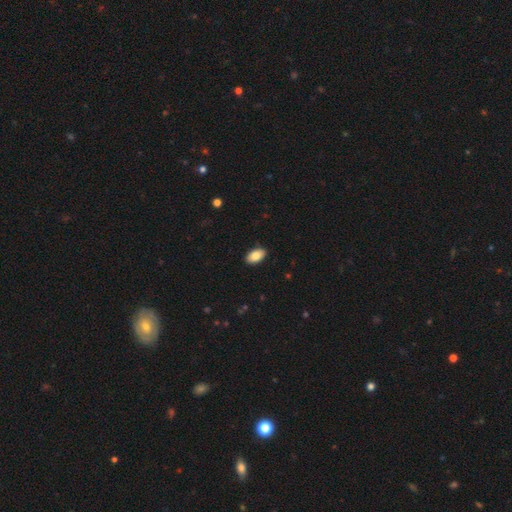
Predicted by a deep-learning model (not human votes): Q: Smooth or featured?
A: smooth (86%); runner-up: featured or disk (7%)
Q: How rounded?
A: in between (94%); runner-up: round (4%)
Q: Merging?
A: none (90%); runner-up: minor disturbance (8%)